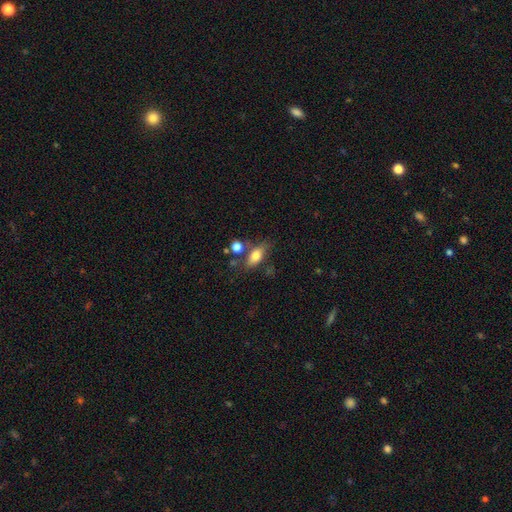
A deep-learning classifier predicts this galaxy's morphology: A smooth galaxy with no disk features (73%) that is in between round and cigar-shaped (78%). Merging: none (62%).